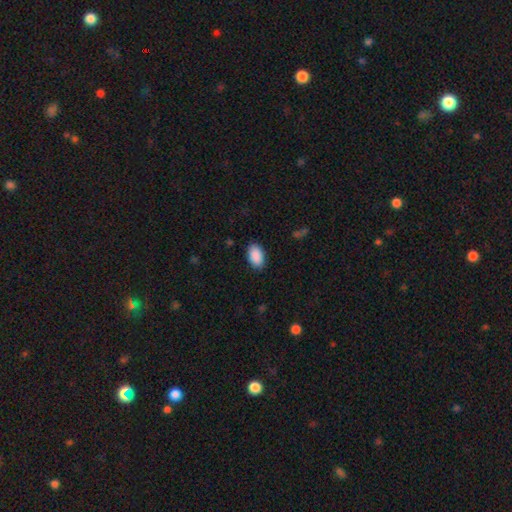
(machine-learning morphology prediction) smooth_or_featured: smooth (p=0.91) [alt: star or artifact p=0.06]
how_rounded: in between (p=0.93) [alt: round p=0.05]
merging: none (p=0.87) [alt: minor disturbance p=0.09]